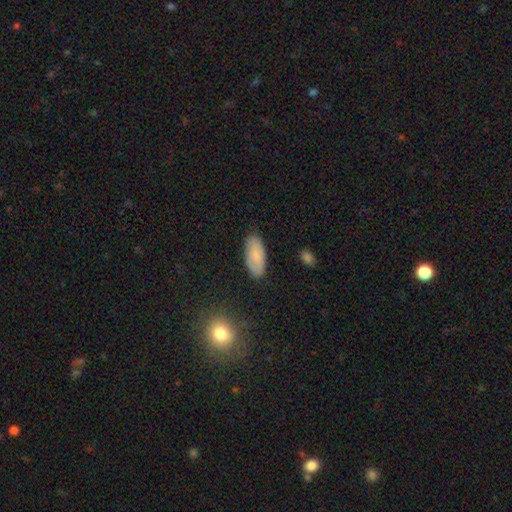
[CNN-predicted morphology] Smooth or featured: smooth — 79% (featured or disk — 14%)
How rounded: in between — 90% (cigar-shaped — 8%)
Merging: none — 85% (minor disturbance — 11%)